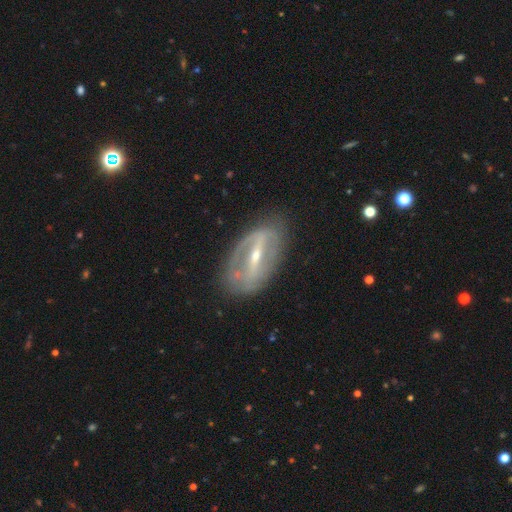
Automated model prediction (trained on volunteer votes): Smooth or featured? featured or disk (81%)
Edge-on disk? no (85%)
Bar? strong (73%)
Spiral arms? yes (58%)
Bulge size? small (58%)
Merging? none (76%)